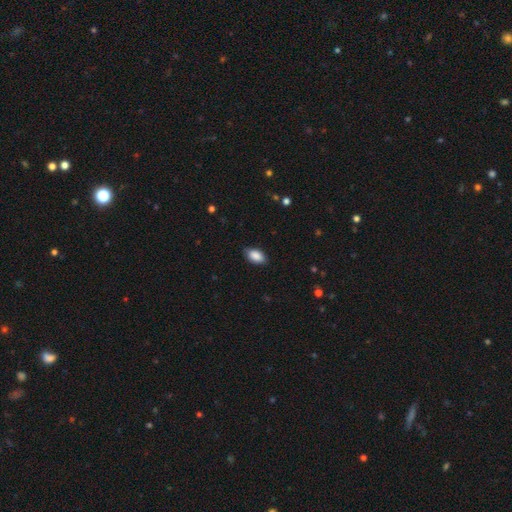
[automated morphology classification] This appears to be a smooth galaxy with no disk features (89%) that is in between round and cigar-shaped (93%). Merging: none (85%).